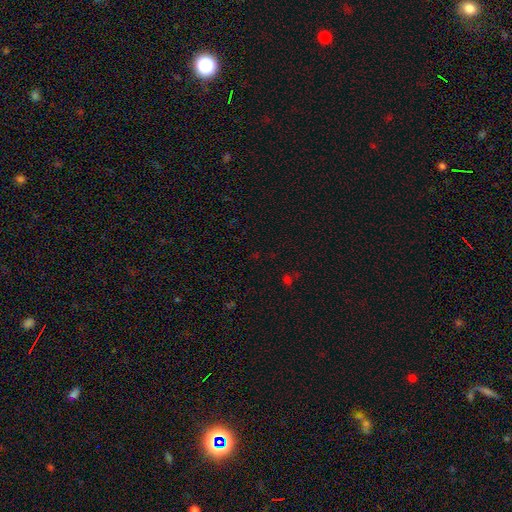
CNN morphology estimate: Overall: star or artifact (63%; smooth 30%).